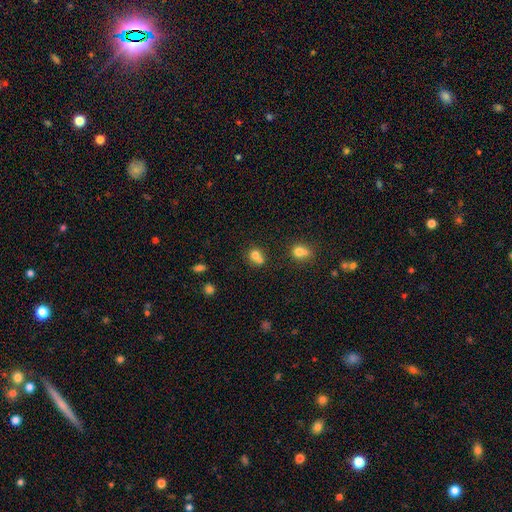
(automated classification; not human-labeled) A smooth galaxy with no disk features (73%) that is round (75%).

Vote fractions:
- Smooth or featured? smooth: 73% / star or artifact: 14% / featured or disk: 13%
- How rounded? round: 75% / in between: 24% / cigar-shaped: 1%
- Merging? merger: 53% / none: 36% / minor disturbance: 8% / major disturbance: 3%